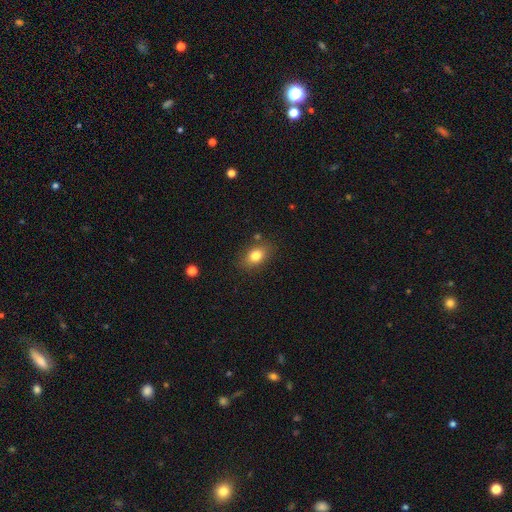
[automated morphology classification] smooth 80%, featured or disk 10%, star or artifact 10%. Down the decision tree: how rounded — in between (77%); merging — none (80%).